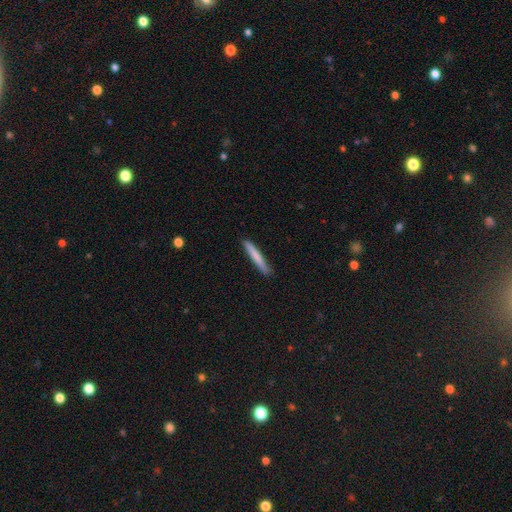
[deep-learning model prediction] Q: Smooth or featured?
A: smooth (76%); runner-up: featured or disk (19%)
Q: How rounded?
A: cigar-shaped (96%); runner-up: in between (3%)
Q: Merging?
A: none (88%); runner-up: minor disturbance (9%)